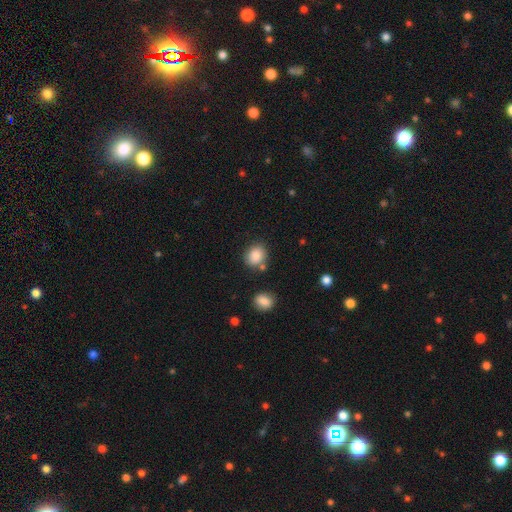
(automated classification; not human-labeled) Smooth or featured?
  - smooth: 86% *
  - star or artifact: 9%
  - featured or disk: 5%
How rounded?
  - round: 60% *
  - in between: 39%
  - cigar-shaped: 1%
Merging?
  - none: 72% *
  - minor disturbance: 14%
  - merger: 11%
  - major disturbance: 4%